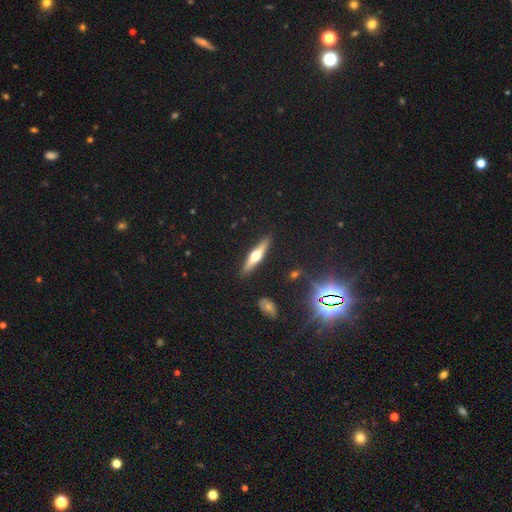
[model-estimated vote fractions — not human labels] smooth-or-featured: featured or disk: 59% | smooth: 34% | star or artifact: 7%
  disk-edge-on: yes: 95% | no: 5%
    edge-on-bulge: rounded: 94% | none: 3% | boxy: 3%
  merging: none: 90% | minor disturbance: 7% | major disturbance: 2% | merger: 1%